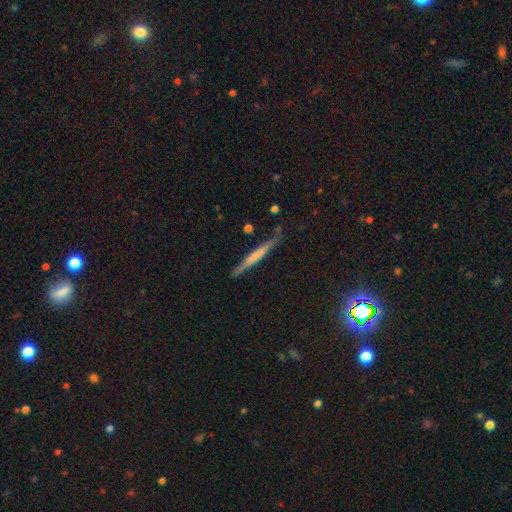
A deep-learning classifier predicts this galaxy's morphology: Smooth or featured? Predicted: smooth (p=0.50). Merging? Predicted: none (p=0.84).